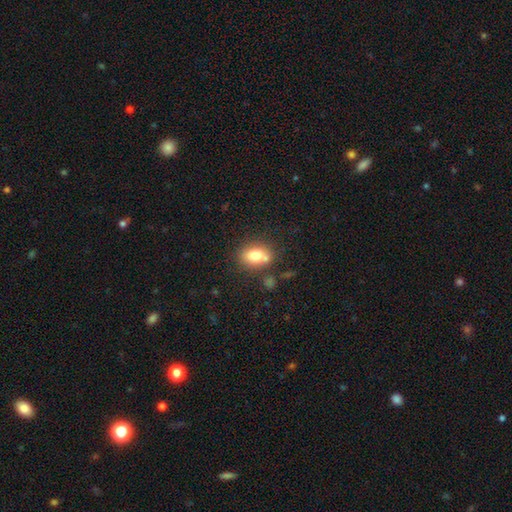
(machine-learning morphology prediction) This is likely a smooth galaxy (78%). How rounded: likely in between (71%). Merging: likely none (65%).